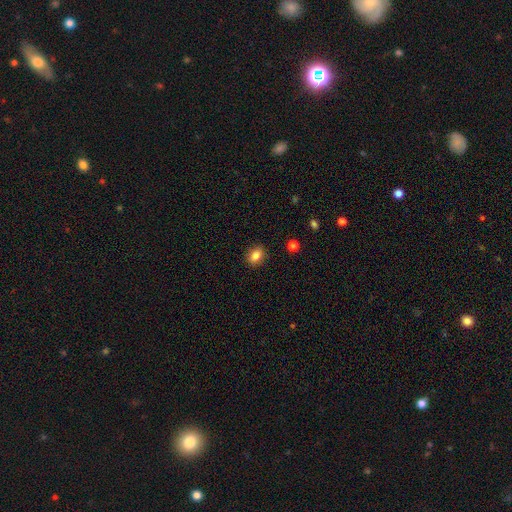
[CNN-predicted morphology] A smooth galaxy with no disk features (84%) that is in between round and cigar-shaped (66%).

Vote fractions:
- Smooth or featured? smooth: 84% / star or artifact: 10% / featured or disk: 6%
- How rounded? in between: 66% / round: 33% / cigar-shaped: 2%
- Merging? none: 89% / minor disturbance: 8% / major disturbance: 2% / merger: 1%